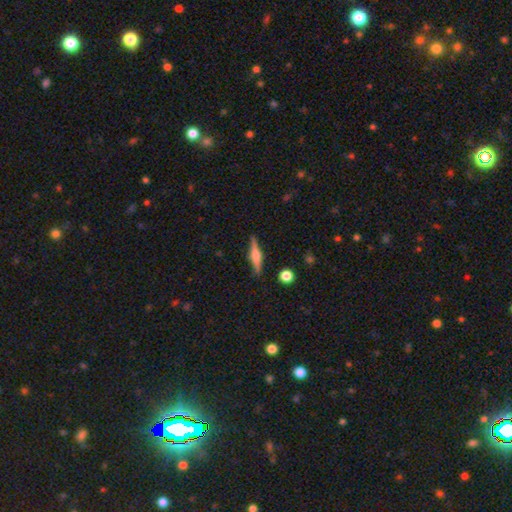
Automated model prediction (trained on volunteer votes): Smooth or featured? featured or disk (68%)
Edge-on disk? yes (97%)
Edge-on bulge? rounded (81%)
Merging? none (88%)